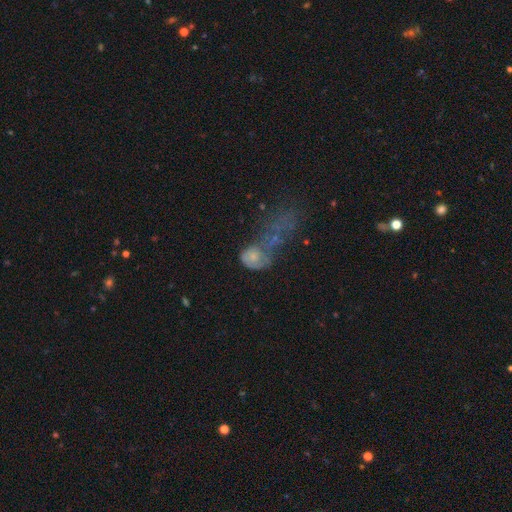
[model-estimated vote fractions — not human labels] A featured or disk galaxy (42%, tied with smooth).

Vote fractions:
- Smooth or featured? featured or disk: 42% (tied) / smooth: 42% (tied) / star or artifact: 16%
- Merging? major disturbance: 37% / merger: 36% / none: 16% / minor disturbance: 11%